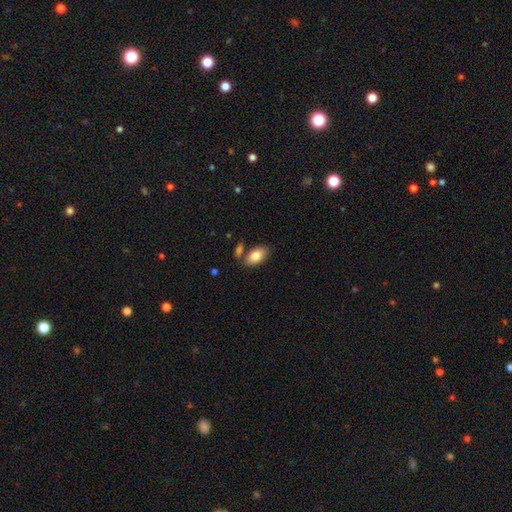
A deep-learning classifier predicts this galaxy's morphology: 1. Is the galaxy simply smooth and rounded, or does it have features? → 82% smooth, 11% featured or disk, 7% star or artifact.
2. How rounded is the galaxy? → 93% in between, 4% round, 3% cigar-shaped.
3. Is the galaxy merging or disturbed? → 72% none, 13% minor disturbance, 13% merger, 3% major disturbance.